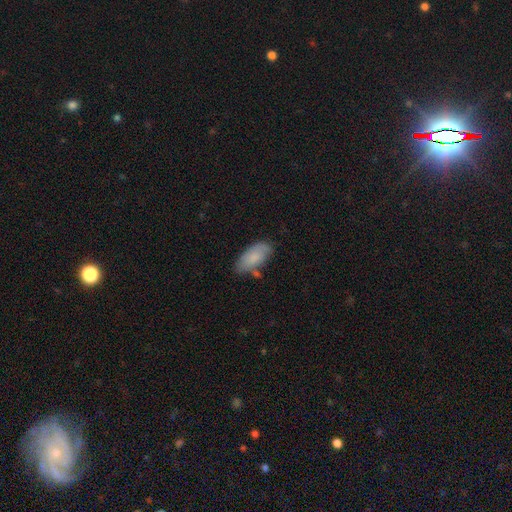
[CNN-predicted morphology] A smooth galaxy with no disk features (80%) that is in between round and cigar-shaped (92%). Merging: none (58%).